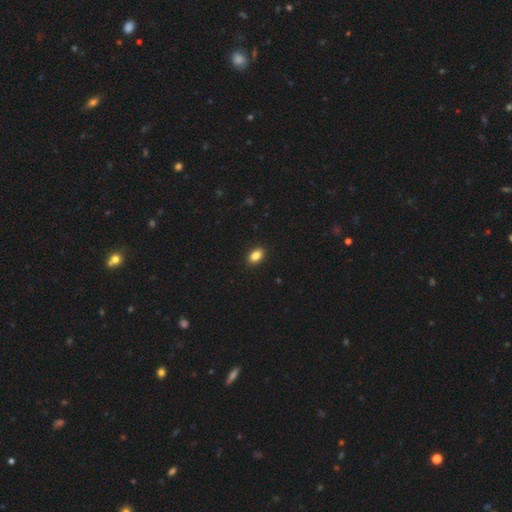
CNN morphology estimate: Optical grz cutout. It shows a smooth galaxy with no disk features (85%) that is in between round and cigar-shaped (87%). Merging: none (91%).